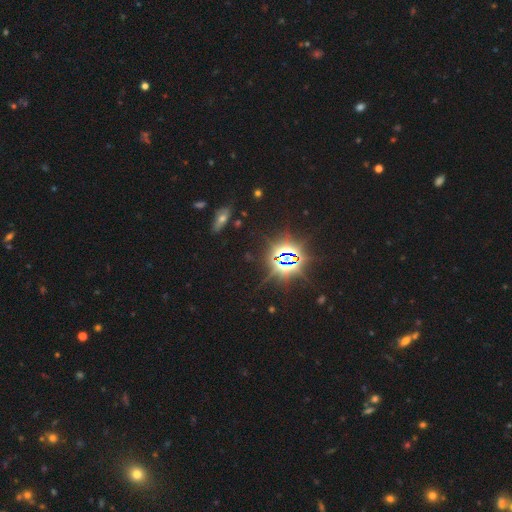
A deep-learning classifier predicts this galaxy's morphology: Smooth or featured? Predicted: star or artifact (p=0.80).